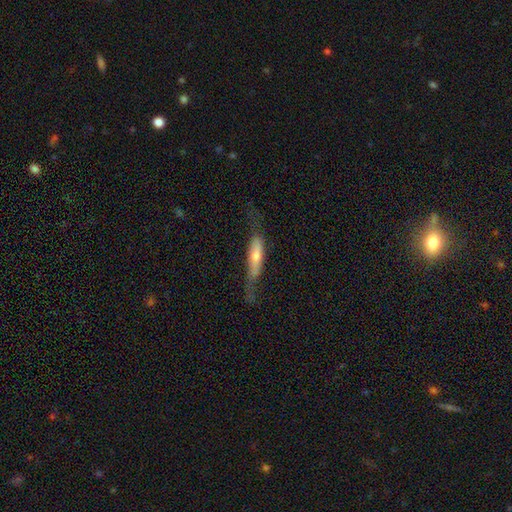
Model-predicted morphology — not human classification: smooth-or-featured: featured or disk: 56% | smooth: 37% | star or artifact: 8%
  disk-edge-on: yes: 67% | no: 33%
  merging: none: 52% | minor disturbance: 25% | major disturbance: 20% | merger: 2%